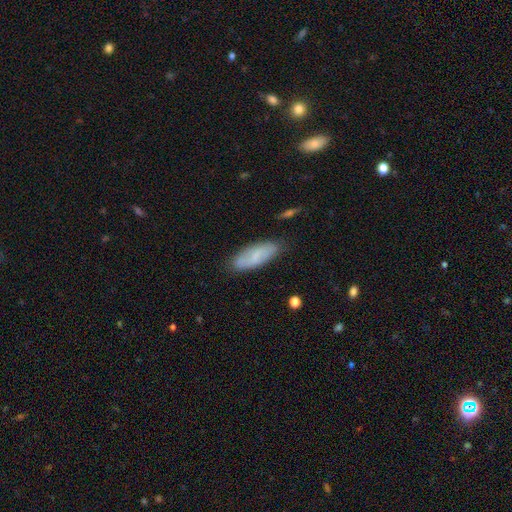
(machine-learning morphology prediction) This is likely a smooth galaxy (67%). How rounded: likely in between (67%). Merging: clearly none (82%).